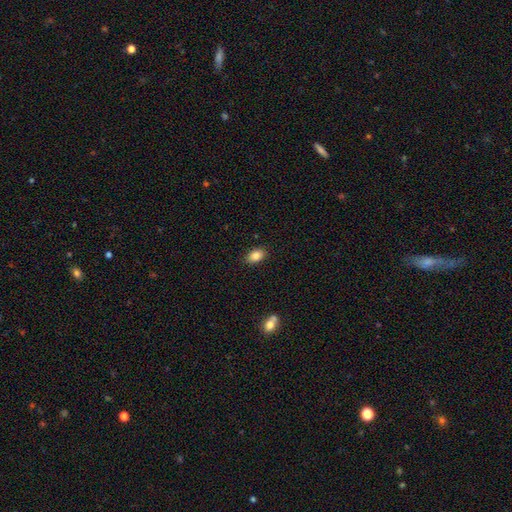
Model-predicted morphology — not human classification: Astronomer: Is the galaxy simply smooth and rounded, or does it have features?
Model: smooth — 85%.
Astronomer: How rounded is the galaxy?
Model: in between — 87%.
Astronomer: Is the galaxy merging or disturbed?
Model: none — 88%.